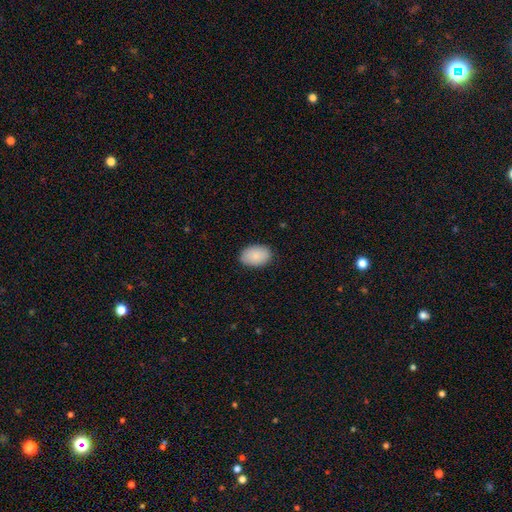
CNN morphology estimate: Smooth or featured?
  - smooth: 88% *
  - star or artifact: 6%
  - featured or disk: 5%
How rounded?
  - in between: 87% *
  - round: 12%
  - cigar-shaped: 1%
Merging?
  - none: 87% *
  - minor disturbance: 10%
  - major disturbance: 2%
  - merger: 1%